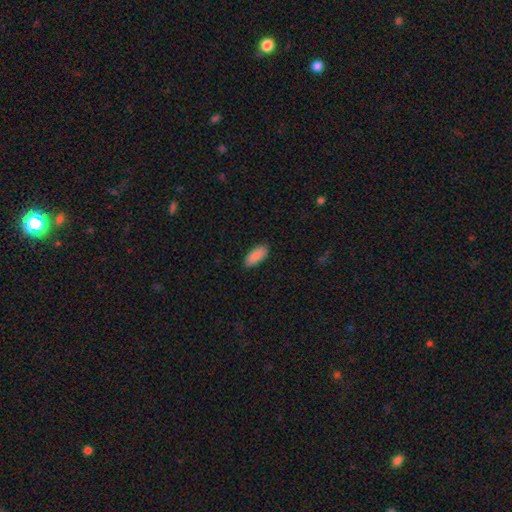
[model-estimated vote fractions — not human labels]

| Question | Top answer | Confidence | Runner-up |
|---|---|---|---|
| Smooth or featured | smooth | 90% | star or artifact (6%) |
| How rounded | in between | 88% | cigar-shaped (10%) |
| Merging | none | 89% | minor disturbance (8%) |